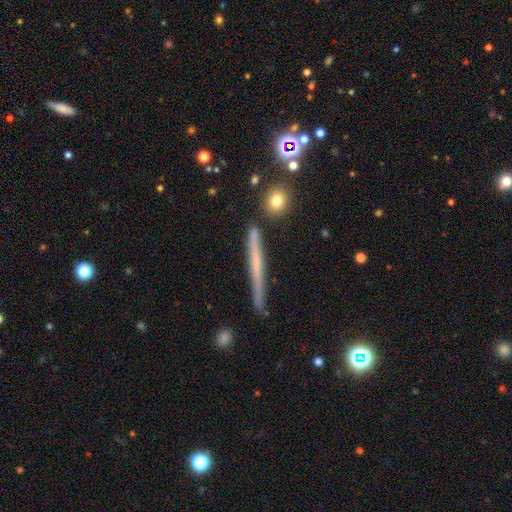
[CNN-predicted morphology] Smooth or featured? featured or disk (52%)
Edge-on disk? yes (96%)
Edge-on bulge? none (77%)
Merging? none (84%)